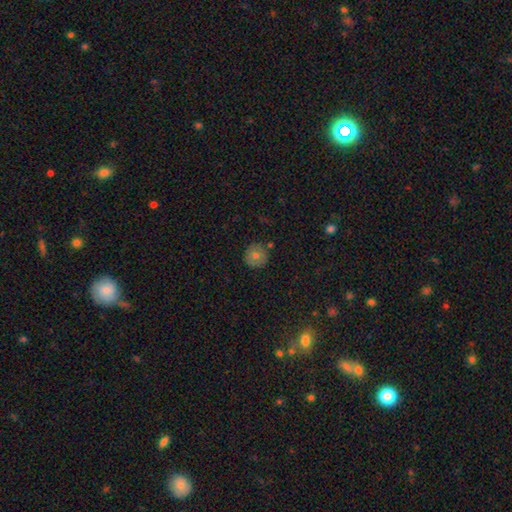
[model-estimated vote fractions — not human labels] Smooth or featured?
  - smooth: 71% *
  - featured or disk: 18%
  - star or artifact: 11%
How rounded?
  - round: 94% *
  - in between: 5%
  - cigar-shaped: 1%
Merging?
  - none: 85% *
  - minor disturbance: 10%
  - merger: 3%
  - major disturbance: 2%